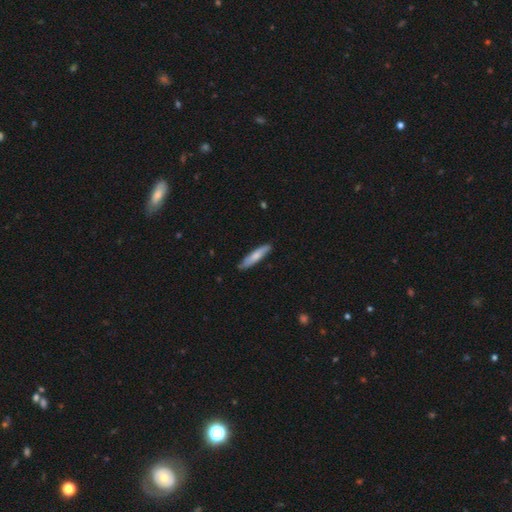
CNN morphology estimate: This is likely a smooth galaxy (70%). How rounded: clearly cigar-shaped (85%). Merging: clearly none (85%).